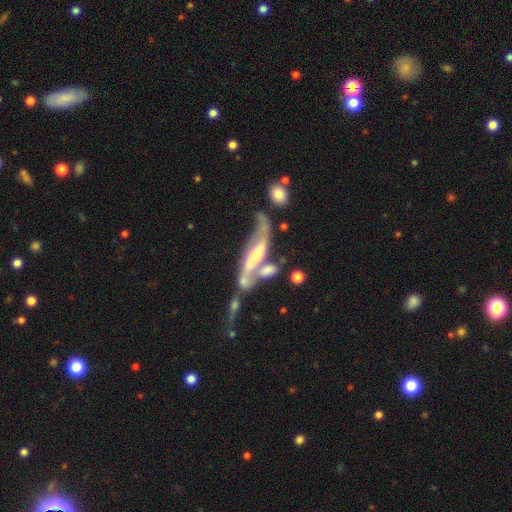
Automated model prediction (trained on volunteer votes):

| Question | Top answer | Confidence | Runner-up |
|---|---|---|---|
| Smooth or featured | featured or disk | 68% | smooth (24%) |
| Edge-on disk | no | 68% | yes (32%) |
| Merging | merger | 45% | none (21%) |